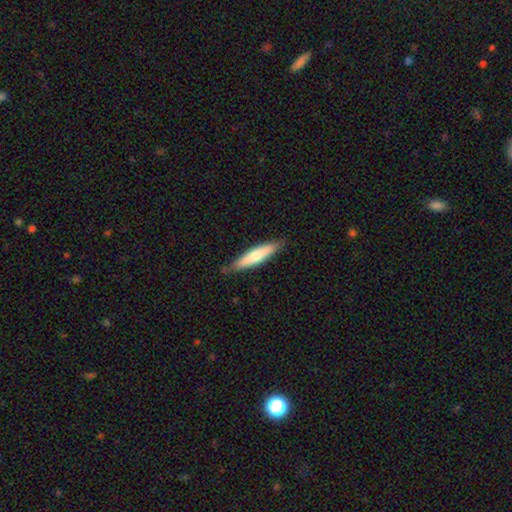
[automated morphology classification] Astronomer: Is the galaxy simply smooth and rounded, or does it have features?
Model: smooth — 63%.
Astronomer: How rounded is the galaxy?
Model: cigar-shaped — 83%.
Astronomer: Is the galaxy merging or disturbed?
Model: none — 82%.